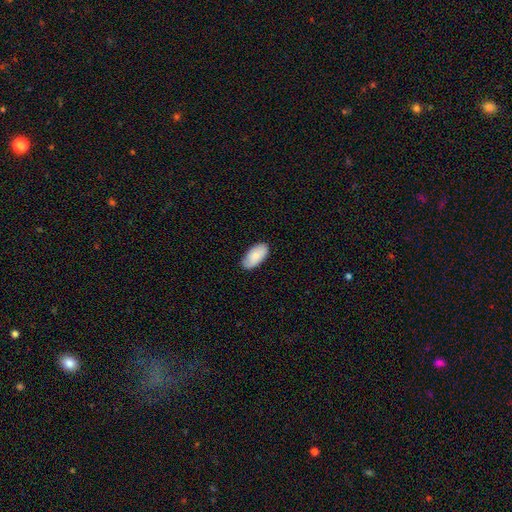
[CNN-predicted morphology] smooth-or-featured: smooth: 83% | featured or disk: 11% | star or artifact: 6%
  how-rounded: in between: 95% | cigar-shaped: 3% | round: 2%
  merging: none: 84% | minor disturbance: 13% | major disturbance: 2% | merger: 1%